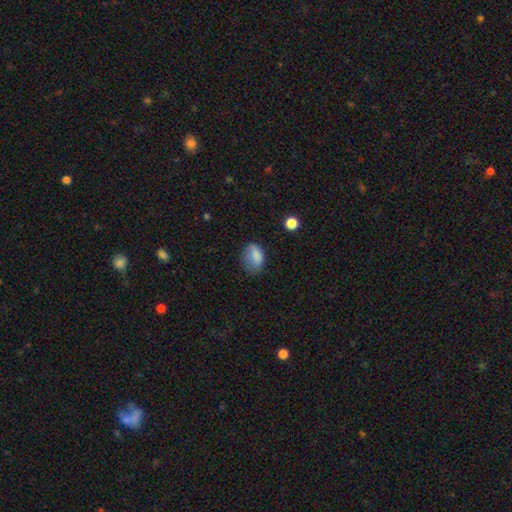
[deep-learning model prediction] Q: Smooth or featured?
A: smooth (81%); runner-up: featured or disk (10%)
Q: How rounded?
A: in between (80%); runner-up: round (19%)
Q: Merging?
A: none (52%); runner-up: minor disturbance (32%)